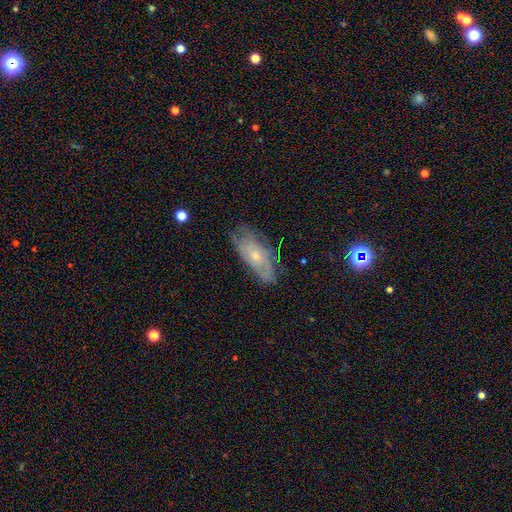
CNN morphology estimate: A featured or disk galaxy (64%) with no bar (81%), spiral arms (78%) and a small central bulge (66%).

Vote fractions:
- Smooth or featured? featured or disk: 64% / smooth: 28% / star or artifact: 8%
- Edge-on disk? no: 88% / yes: 12%
- Bar? no: 81% / weak: 16% / strong: 3%
- Spiral arms? yes: 78% / no: 22%
- Bulge size? small: 66% / moderate: 30% / none: 2% / large: 1% / dominant: 1%
- Merging? none: 68% / minor disturbance: 23% / major disturbance: 7% / merger: 2%